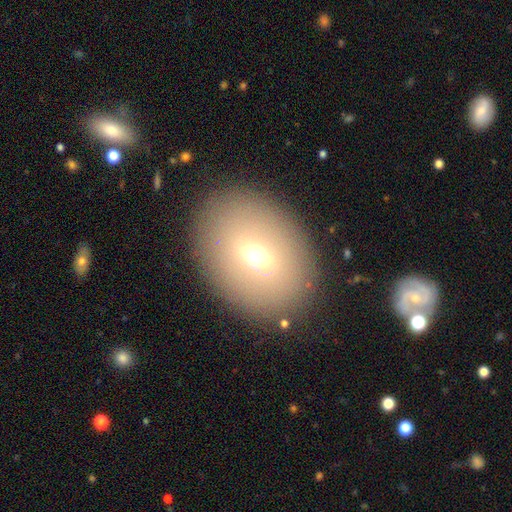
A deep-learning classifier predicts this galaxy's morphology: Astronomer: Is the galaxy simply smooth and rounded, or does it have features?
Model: smooth — 57%.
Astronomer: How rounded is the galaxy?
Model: in between — 67%.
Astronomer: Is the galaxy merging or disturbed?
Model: none — 85%.